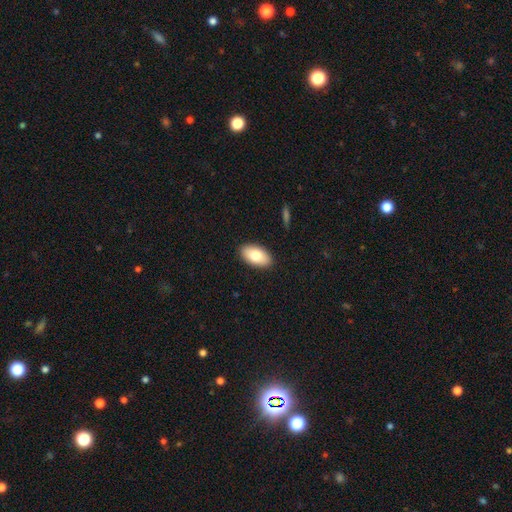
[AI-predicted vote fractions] Smooth or featured? smooth (79%)
How rounded? in between (95%)
Merging? none (89%)